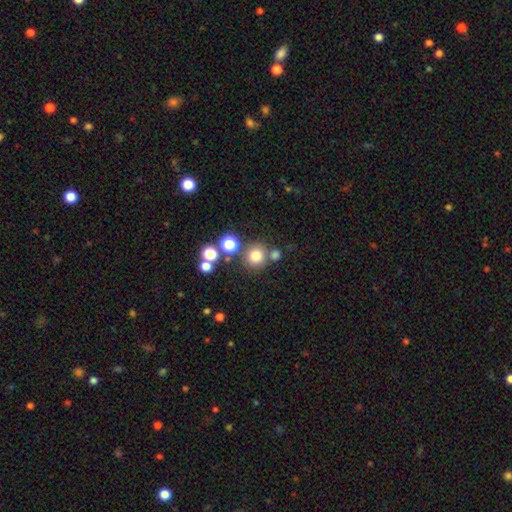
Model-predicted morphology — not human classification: The model was most divided on "merging": none: 73%, merger: 13%, minor disturbance: 10%, major disturbance: 4%. More confident: how rounded — round (90%); smooth or featured — smooth (77%).